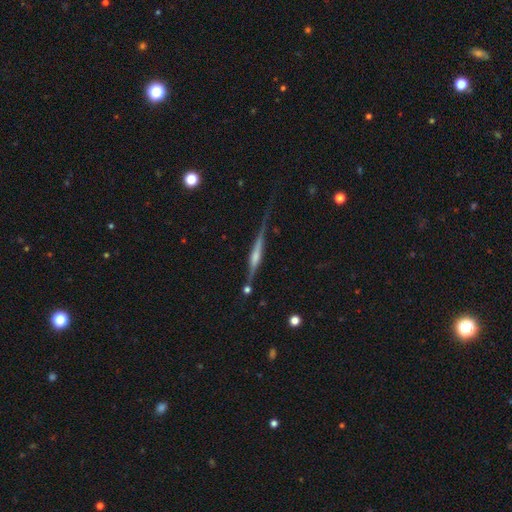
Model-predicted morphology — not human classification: Smooth or featured: featured or disk — 76% (smooth — 17%)
Edge-on disk: yes — 97% (no — 3%)
Edge-on bulge: rounded — 59% (boxy — 23%)
Merging: none — 71% (minor disturbance — 18%)